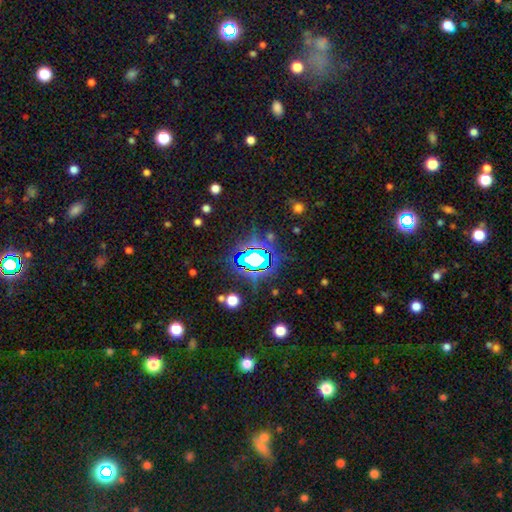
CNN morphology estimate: A star or artifact, not a galaxy (77%).